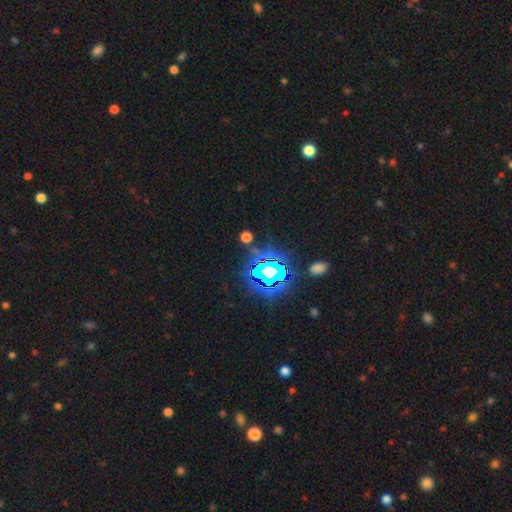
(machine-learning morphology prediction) A star or artifact, not a galaxy (85%).